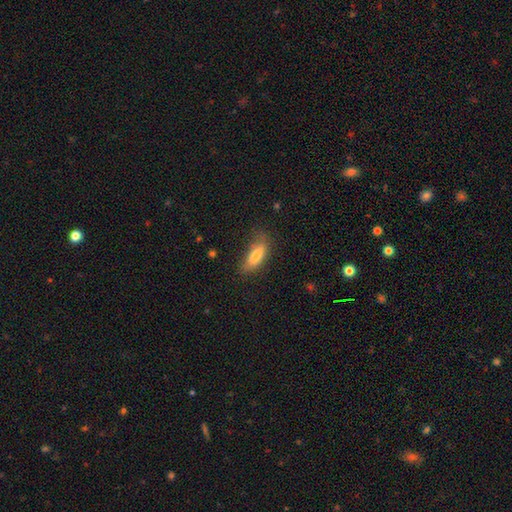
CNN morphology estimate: Q: Smooth or featured?
A: smooth (77%); runner-up: featured or disk (16%)
Q: How rounded?
A: in between (67%); runner-up: cigar-shaped (31%)
Q: Merging?
A: none (63%); runner-up: minor disturbance (26%)